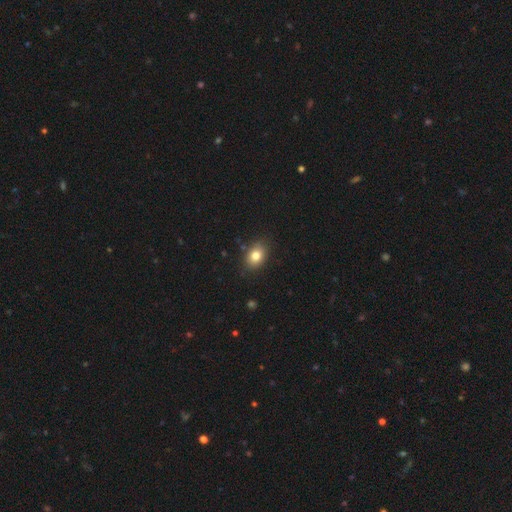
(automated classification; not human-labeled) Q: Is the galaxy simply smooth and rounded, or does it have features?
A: smooth — 81%.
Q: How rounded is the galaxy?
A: in between — 70%.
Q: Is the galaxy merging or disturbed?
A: none — 84%.